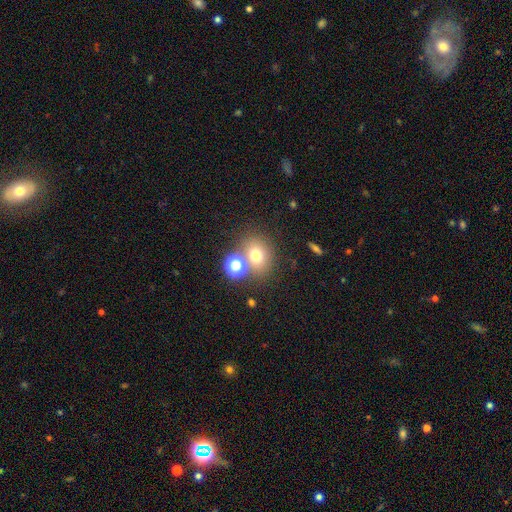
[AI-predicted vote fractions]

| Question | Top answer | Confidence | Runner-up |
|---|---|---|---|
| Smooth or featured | smooth | 70% | star or artifact (18%) |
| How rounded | round | 65% | in between (34%) |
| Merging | none | 65% | merger (20%) |